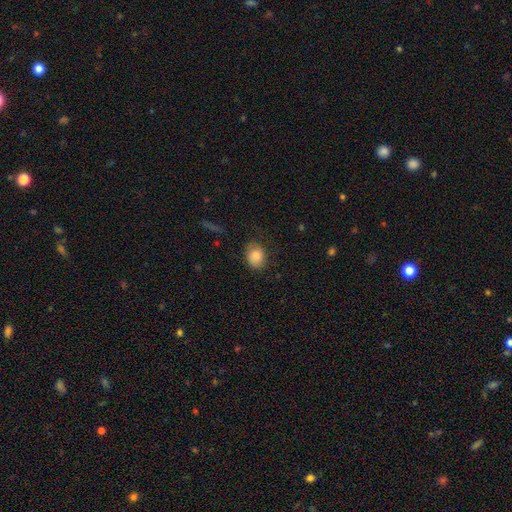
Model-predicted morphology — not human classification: The model was most divided on "how rounded": in between: 56%, round: 43%, cigar-shaped: 1%. More confident: smooth or featured — smooth (83%); merging — none (77%).